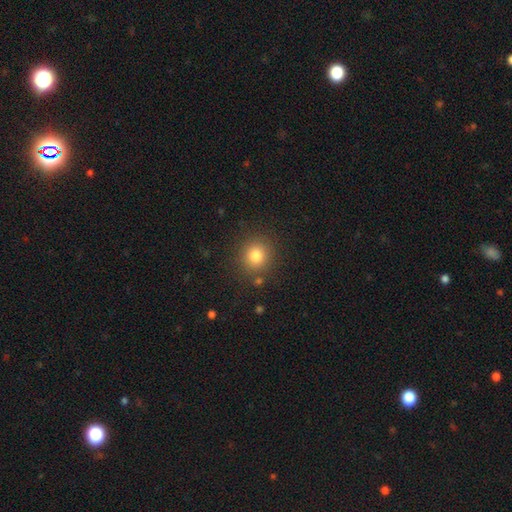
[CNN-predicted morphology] Overall: smooth (80%). How rounded: round (88%). Merging: none (86%).